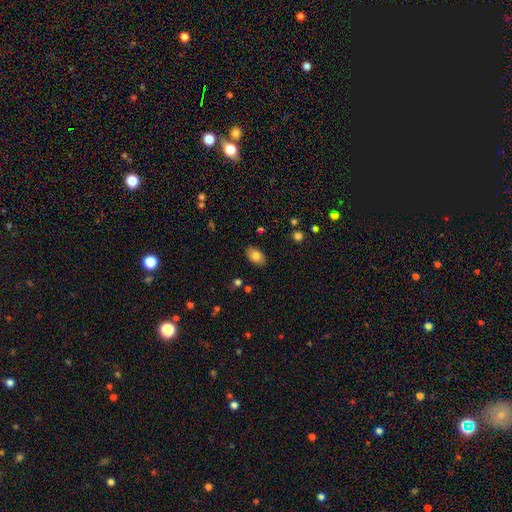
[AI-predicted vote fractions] This is clearly a smooth galaxy (81%). How rounded: clearly in between (91%). Merging: clearly none (87%).